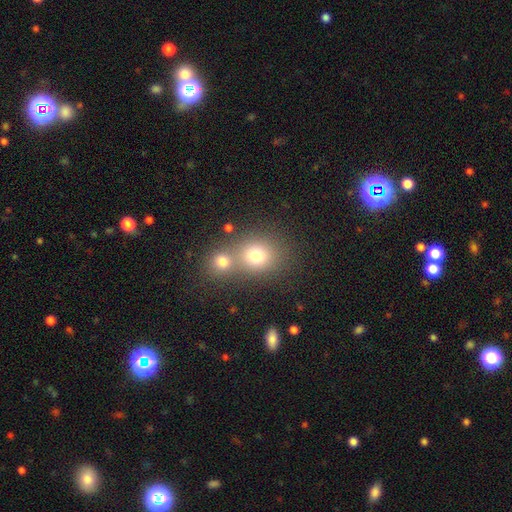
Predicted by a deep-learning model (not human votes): Morphology: type=smooth (75%); roundness=round (71%); merging=none (45%).